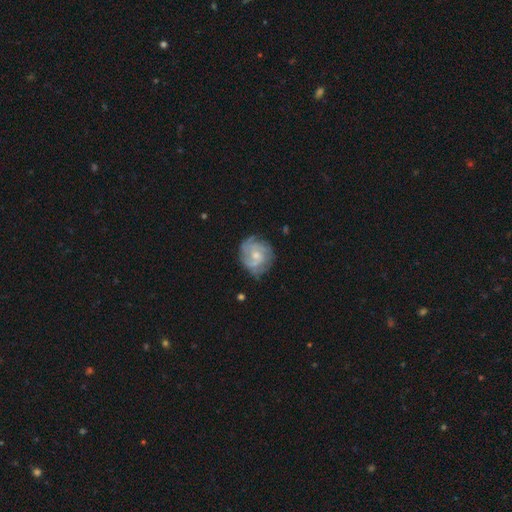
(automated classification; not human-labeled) Overall: featured or disk (72%). Edge-on disk: no (98%). Bar: no (67%; weak 29%). Spiral arms: yes (86%). Spiral arm count: can't tell (40%; 2 24%). Spiral winding: tight (57%; medium 32%). Bulge size: small (50%; moderate 44%). Merging: none (69%).